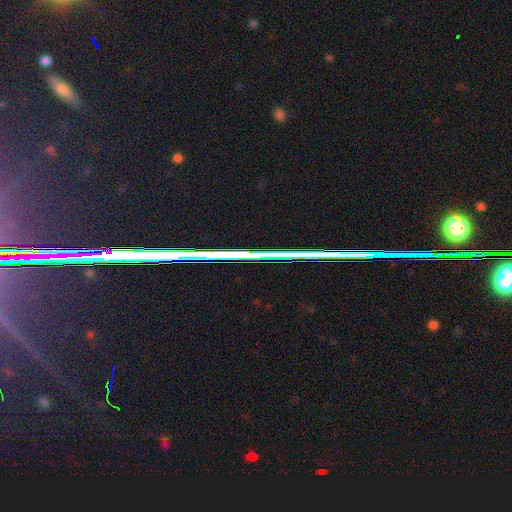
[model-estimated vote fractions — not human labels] Overall: star or artifact (82%).